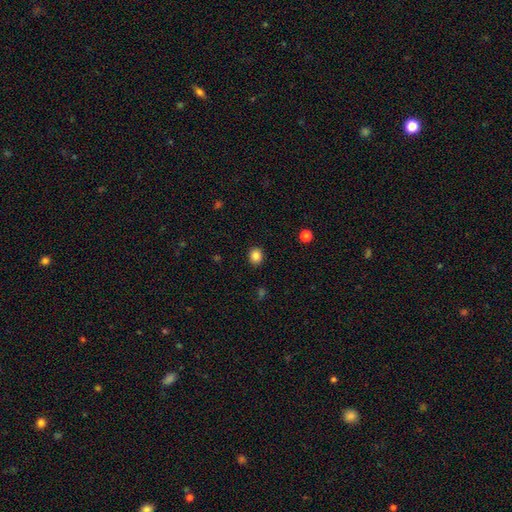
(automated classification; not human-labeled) A smooth galaxy with no disk features (86%) that is round (73%).

Vote fractions:
- Smooth or featured? smooth: 86% / star or artifact: 11% / featured or disk: 4%
- How rounded? round: 73% / in between: 26% / cigar-shaped: 1%
- Merging? none: 90% / minor disturbance: 7% / major disturbance: 2% / merger: 1%